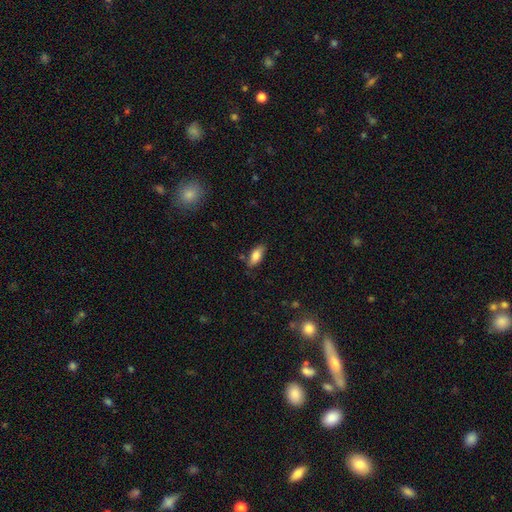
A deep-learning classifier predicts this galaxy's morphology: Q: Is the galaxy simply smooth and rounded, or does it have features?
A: smooth — 80%.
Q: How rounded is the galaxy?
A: in between — 83%.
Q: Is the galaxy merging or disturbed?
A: none — 77%.